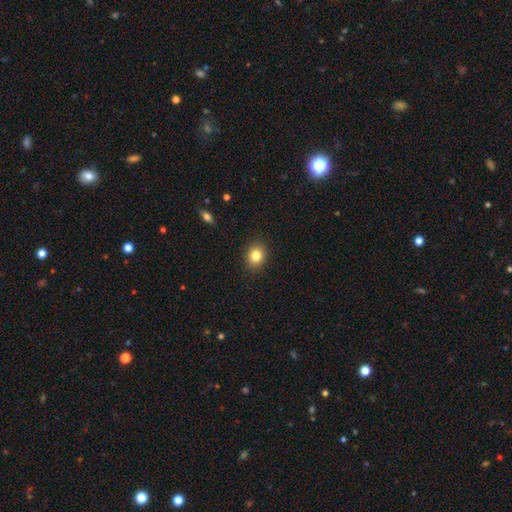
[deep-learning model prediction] Smooth or featured? smooth (83%)
How rounded? round (63%)
Merging? none (90%)